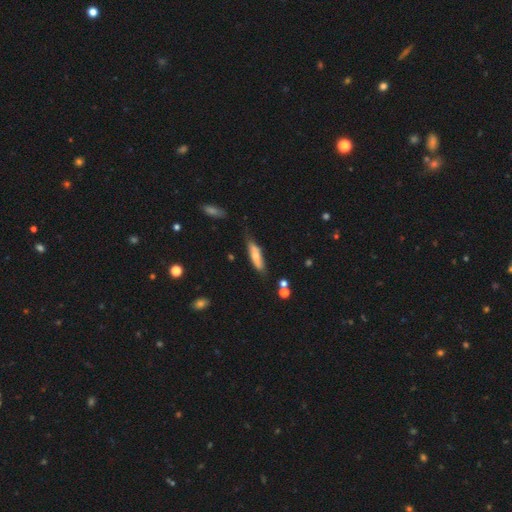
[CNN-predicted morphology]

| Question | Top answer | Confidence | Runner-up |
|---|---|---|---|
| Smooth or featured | smooth | 60% | featured or disk (34%) |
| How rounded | cigar-shaped | 65% | in between (33%) |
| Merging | none | 65% | minor disturbance (25%) |